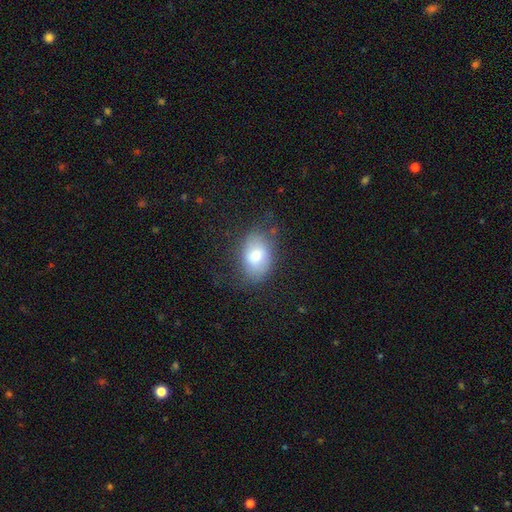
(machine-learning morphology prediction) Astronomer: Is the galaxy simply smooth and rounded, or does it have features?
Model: smooth — 71%.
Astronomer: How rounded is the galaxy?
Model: in between — 79%.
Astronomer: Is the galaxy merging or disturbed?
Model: none — 66%.